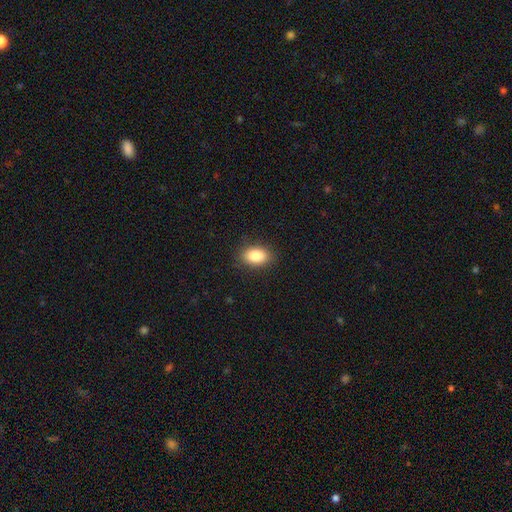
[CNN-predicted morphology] type=smooth (87%); roundness=in between (88%); merging=none (87%).